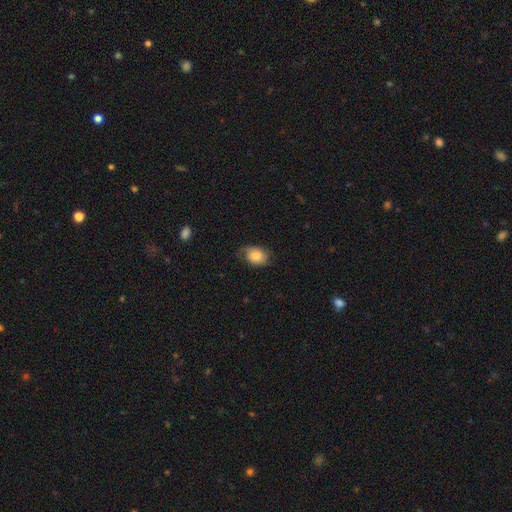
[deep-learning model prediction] Smooth or featured: smooth — 71% (featured or disk — 21%)
How rounded: in between — 72% (round — 26%)
Merging: none — 58% (minor disturbance — 29%)